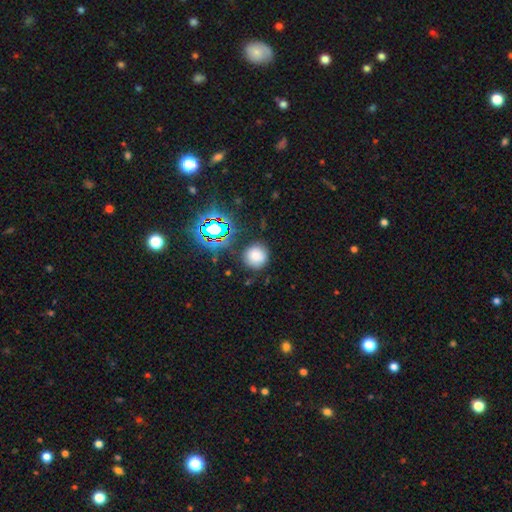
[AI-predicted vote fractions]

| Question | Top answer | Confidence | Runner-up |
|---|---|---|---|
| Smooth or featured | smooth | 73% | star or artifact (18%) |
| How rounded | round | 93% | in between (6%) |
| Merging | none | 83% | minor disturbance (11%) |